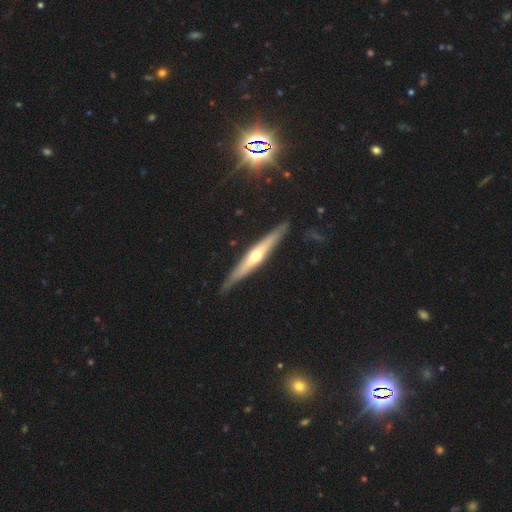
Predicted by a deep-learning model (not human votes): Smooth or featured?
  - featured or disk: 68% *
  - smooth: 27%
  - star or artifact: 5%
Edge-on disk?
  - yes: 95% *
  - no: 5%
Edge-on bulge?
  - rounded: 86% *
  - none: 11%
  - boxy: 3%
Merging?
  - none: 87% *
  - minor disturbance: 10%
  - major disturbance: 2%
  - merger: 1%